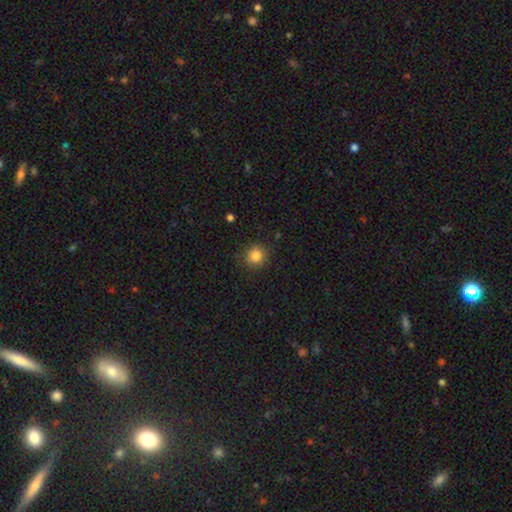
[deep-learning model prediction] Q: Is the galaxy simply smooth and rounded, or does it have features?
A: smooth — 83%.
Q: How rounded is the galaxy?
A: round — 87%.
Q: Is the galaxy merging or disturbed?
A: none — 86%.